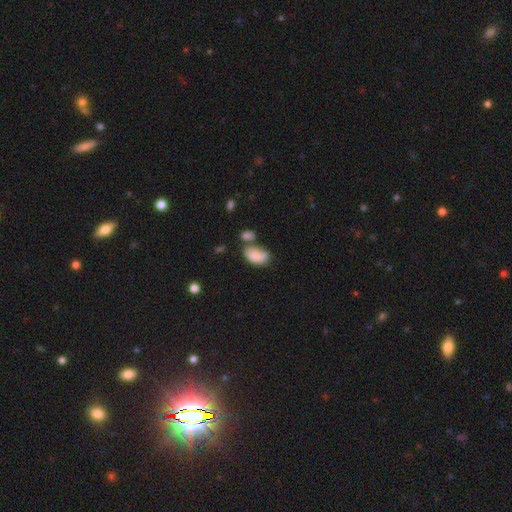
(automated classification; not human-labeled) A smooth galaxy with no disk features (82%) that is in between round and cigar-shaped (91%).

Vote fractions:
- Smooth or featured? smooth: 82% / featured or disk: 10% / star or artifact: 8%
- How rounded? in between: 91% / round: 7% / cigar-shaped: 2%
- Merging? none: 40% / merger: 27% / minor disturbance: 23% / major disturbance: 10%